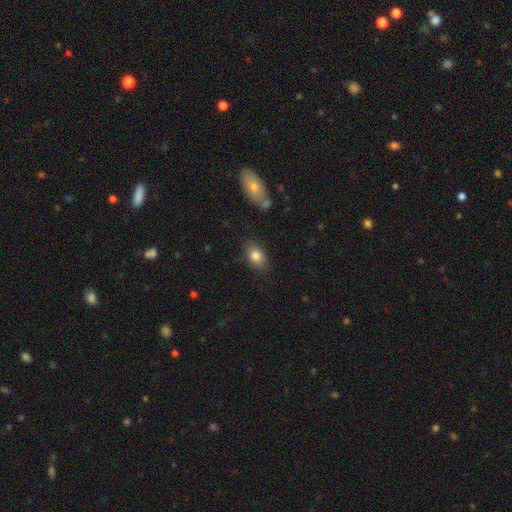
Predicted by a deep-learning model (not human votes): Morphology: type=smooth (82%); roundness=in between (85%); merging=none (81%).